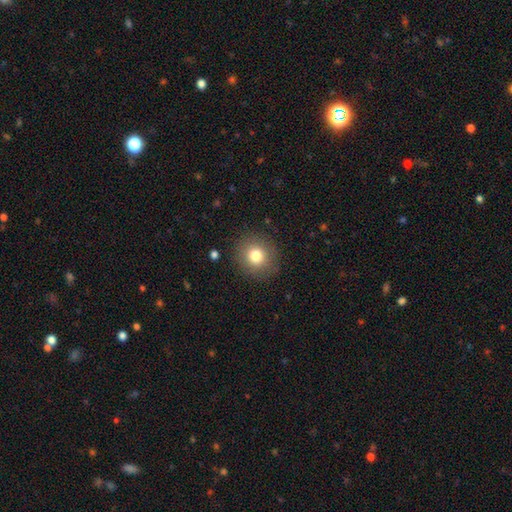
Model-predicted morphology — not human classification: A smooth galaxy with no disk features (79%) that is round (91%). Merging: none (89%).